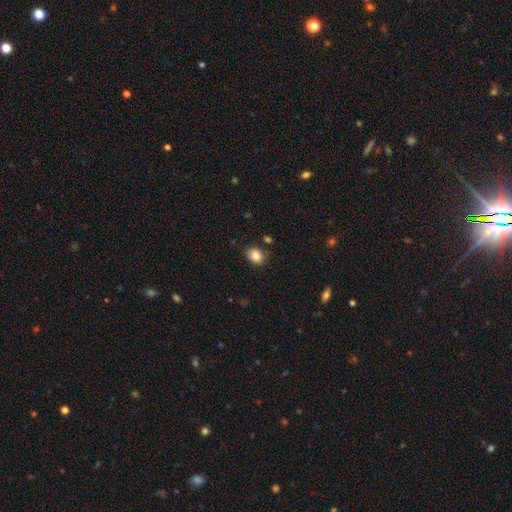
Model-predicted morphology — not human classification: Smooth or featured?
  - smooth: 86% *
  - star or artifact: 9%
  - featured or disk: 5%
How rounded?
  - in between: 69% *
  - round: 30%
  - cigar-shaped: 1%
Merging?
  - none: 76% *
  - minor disturbance: 17%
  - major disturbance: 4%
  - merger: 3%